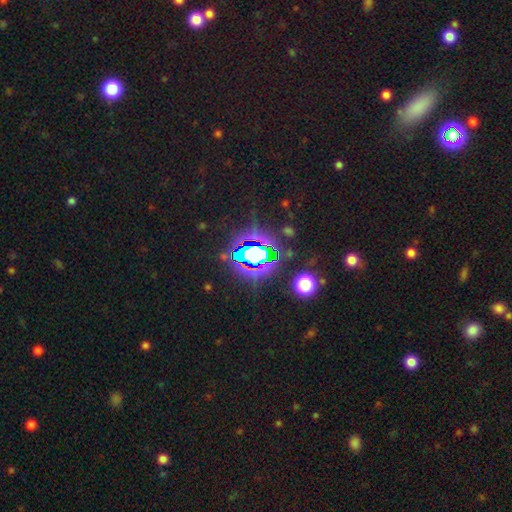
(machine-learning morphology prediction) Smooth or featured: star or artifact — 74% (smooth — 14%)